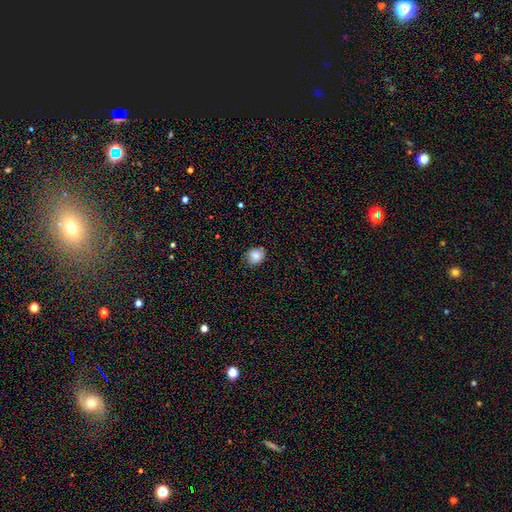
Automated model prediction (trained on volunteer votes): This appears to be a smooth galaxy with no disk features (84%) that is round (67%). Merging: none (81%).